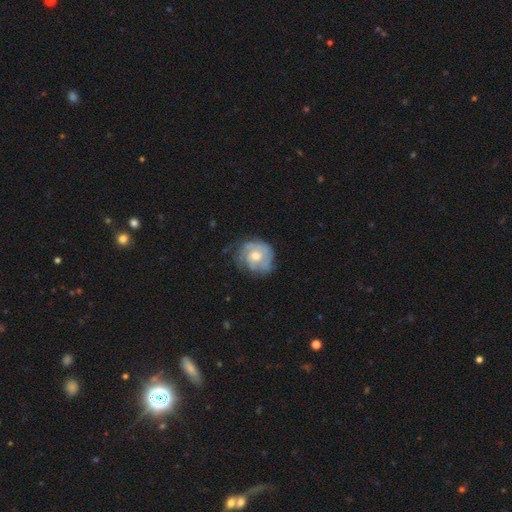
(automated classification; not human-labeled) This is likely a featured or disk galaxy (69%). It is clearly not viewed edge-on (97%). Bar: likely no (79%). Spiral arm pattern: clearly yes (81%). Spiral arm count: possibly can't tell (46%). Spiral winding: likely tight (65%). Central bulge: likely moderate (72%). Merging: likely none (62%).